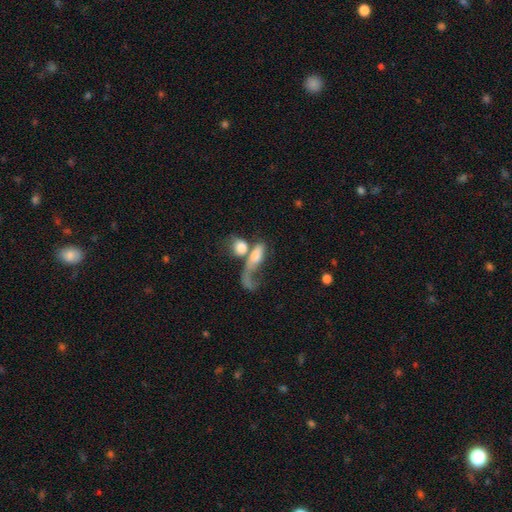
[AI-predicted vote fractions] Smooth or featured? Predicted: smooth (p=0.59). How rounded? Predicted: in between (p=0.65). Merging? Predicted: merger (p=0.49).